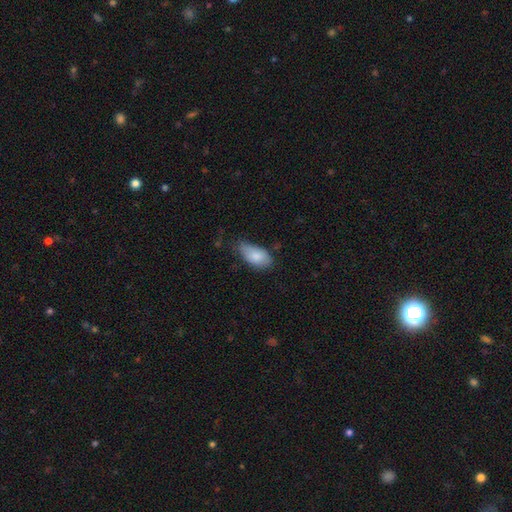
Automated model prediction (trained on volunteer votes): Smooth or featured? smooth (84%)
How rounded? in between (93%)
Merging? none (49%)